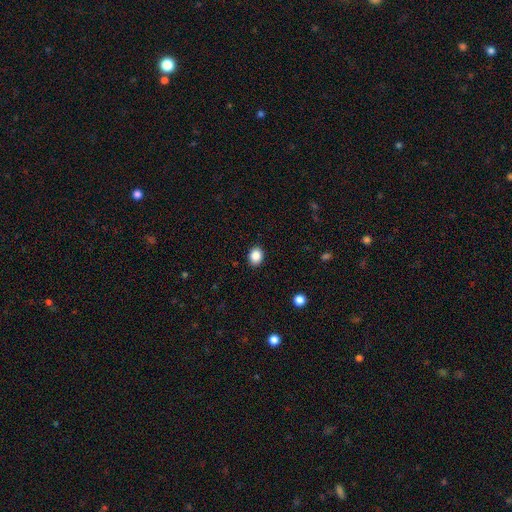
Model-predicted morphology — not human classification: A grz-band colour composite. It shows a smooth galaxy with no disk features (88%) that is in between round and cigar-shaped (50%). Merging: none (90%).